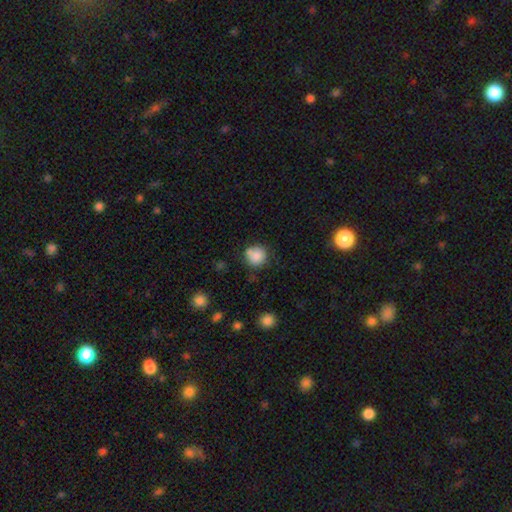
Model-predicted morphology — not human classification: smooth 84%, star or artifact 9%, featured or disk 7%. Down the decision tree: how rounded — round (90%); merging — none (68%).